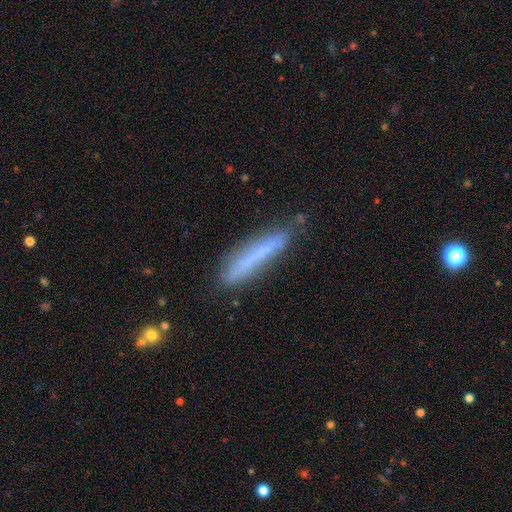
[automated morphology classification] A smooth galaxy with no disk features (61%) that is cigar-shaped (92%).

Vote fractions:
- Smooth or featured? smooth: 61% / featured or disk: 30% / star or artifact: 9%
- How rounded? cigar-shaped: 92% / in between: 7% / round: 1%
- Merging? none: 77% / minor disturbance: 17% / major disturbance: 4% / merger: 3%